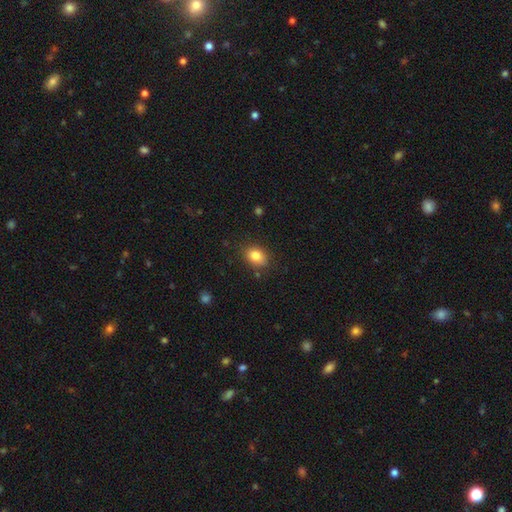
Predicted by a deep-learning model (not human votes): The model was most divided on "how rounded": in between: 65%, round: 34%, cigar-shaped: 1%. More confident: merging — none (83%); smooth or featured — smooth (83%).